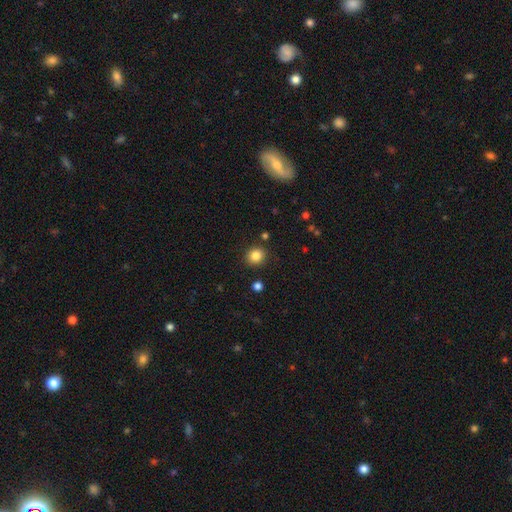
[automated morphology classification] Overall: smooth (84%). How rounded: round (84%). Merging: none (88%).